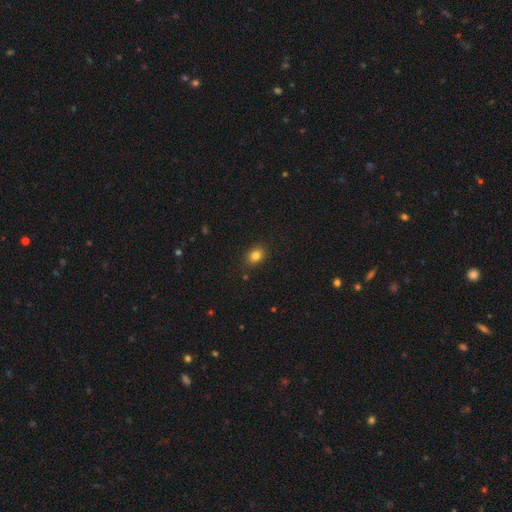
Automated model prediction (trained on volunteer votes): smooth_or_featured: smooth (p=0.81) [alt: star or artifact p=0.12]
how_rounded: in between (p=0.61) [alt: round p=0.37]
merging: none (p=0.85) [alt: minor disturbance p=0.11]